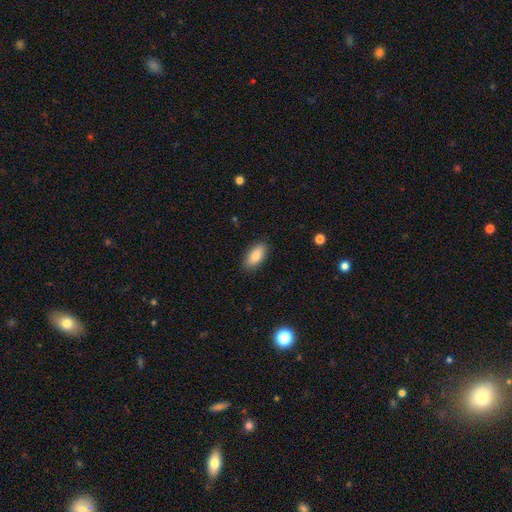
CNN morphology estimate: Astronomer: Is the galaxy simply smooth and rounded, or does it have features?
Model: smooth — 84%.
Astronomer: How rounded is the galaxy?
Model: in between — 90%.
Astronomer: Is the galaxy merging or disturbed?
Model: none — 88%.